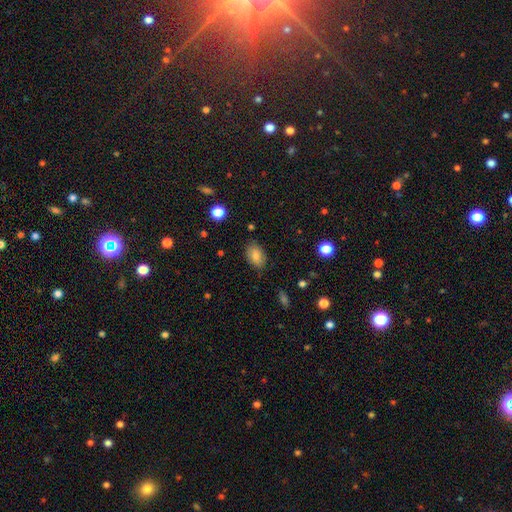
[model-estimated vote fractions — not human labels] Morphology: type=smooth (81%); roundness=in between (88%); merging=none (81%).